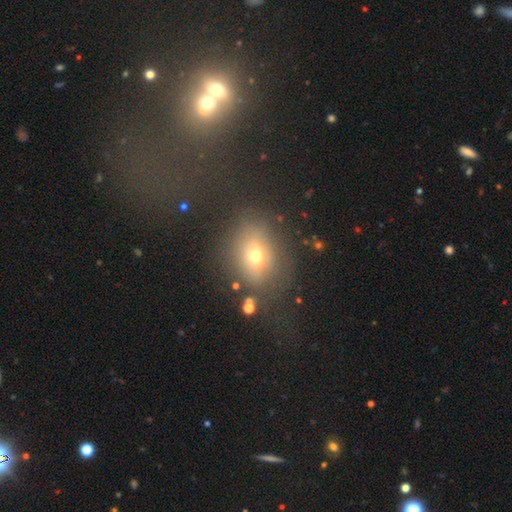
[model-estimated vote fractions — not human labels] A smooth galaxy with no disk features (61%) that is in between round and cigar-shaped (53%). Merging: none (64%).